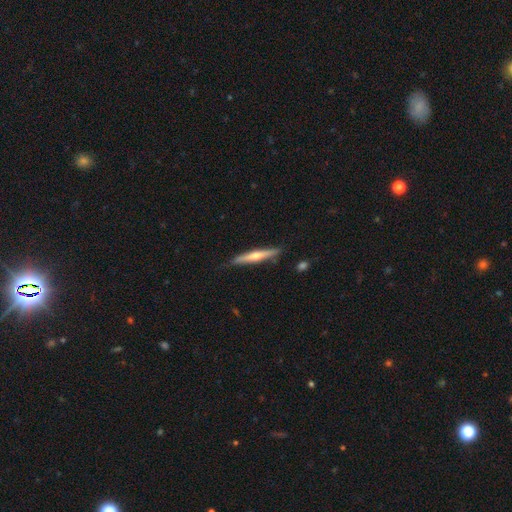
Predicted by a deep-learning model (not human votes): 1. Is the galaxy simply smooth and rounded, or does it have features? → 59% featured or disk, 35% smooth, 5% star or artifact.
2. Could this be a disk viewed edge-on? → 96% yes, 4% no.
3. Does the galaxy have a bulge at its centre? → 81% rounded, 14% none, 5% boxy.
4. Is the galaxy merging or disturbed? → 85% none, 12% minor disturbance, 2% major disturbance, 2% merger.